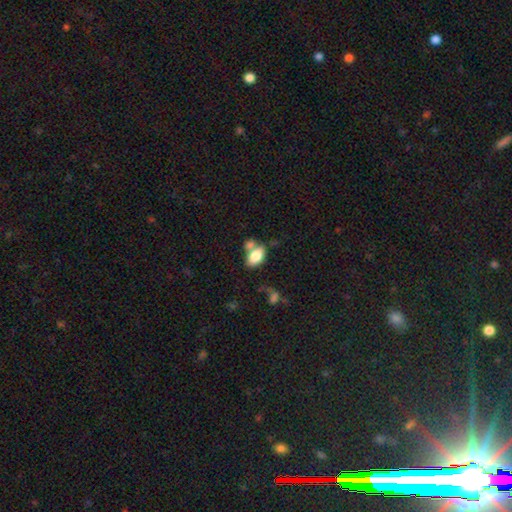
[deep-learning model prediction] Q: Smooth or featured?
A: smooth (80%); runner-up: featured or disk (13%)
Q: How rounded?
A: in between (91%); runner-up: round (7%)
Q: Merging?
A: none (40%); tied with: merger (40%)